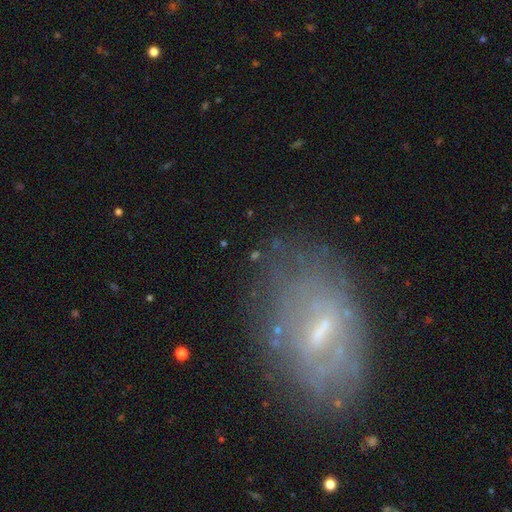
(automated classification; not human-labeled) A featured or disk galaxy (41%).

Vote fractions:
- Smooth or featured? featured or disk: 41% / star or artifact: 31% / smooth: 28%
- Merging? none: 61% / minor disturbance: 17% / major disturbance: 17% / merger: 5%